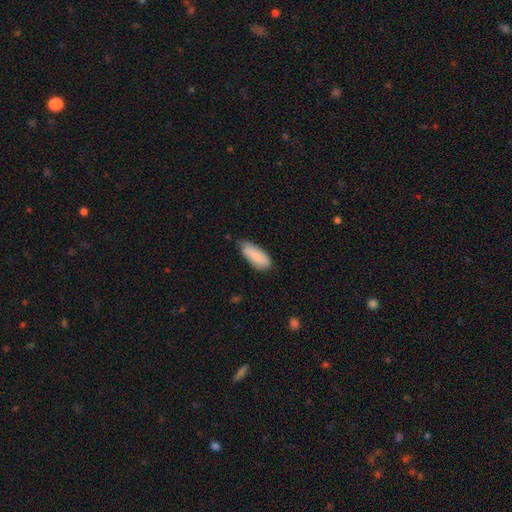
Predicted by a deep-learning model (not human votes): Smooth or featured?
  - smooth: 84% *
  - featured or disk: 10%
  - star or artifact: 6%
How rounded?
  - in between: 78% *
  - cigar-shaped: 20%
  - round: 2%
Merging?
  - none: 56% *
  - minor disturbance: 36%
  - major disturbance: 6%
  - merger: 2%